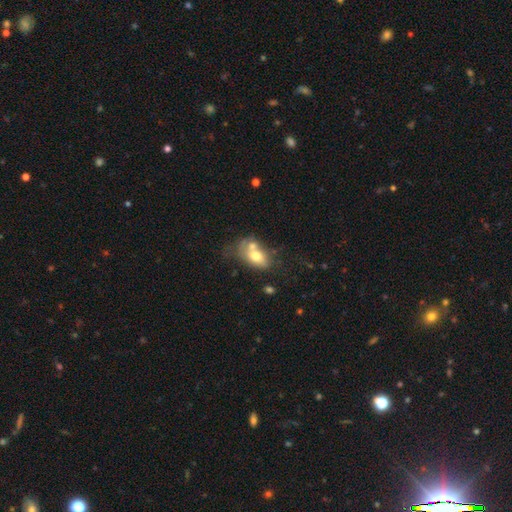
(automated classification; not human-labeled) Smooth or featured? Predicted: smooth (p=0.65). How rounded? Predicted: in between (p=0.83). Merging? Predicted: merger (p=0.44).